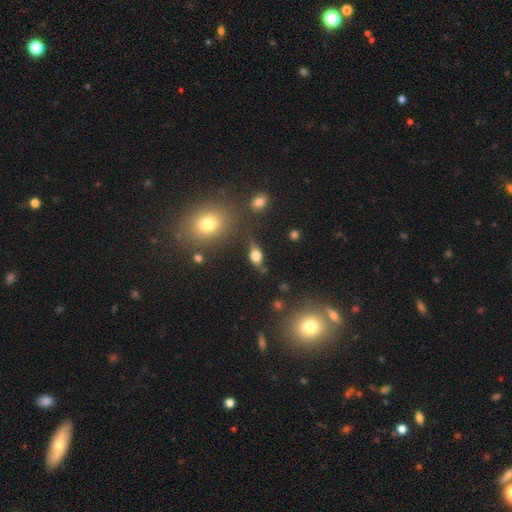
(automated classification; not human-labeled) smooth_or_featured: smooth (p=0.67) [alt: featured or disk p=0.21]
how_rounded: in between (p=0.75) [alt: round p=0.18]
merging: none (p=0.63) [alt: minor disturbance p=0.21]